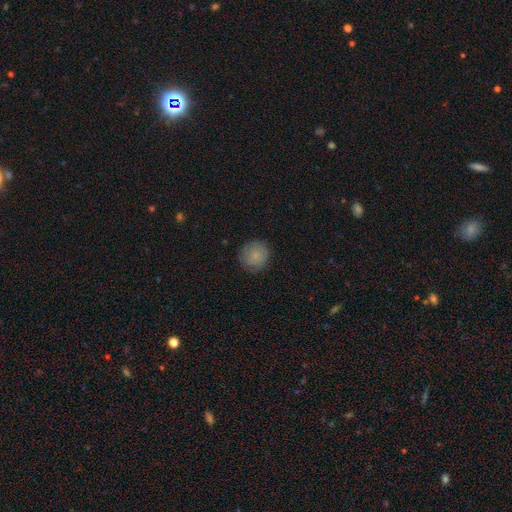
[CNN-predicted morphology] This is likely a smooth galaxy (79%). How rounded: clearly round (91%). Merging: clearly none (84%).